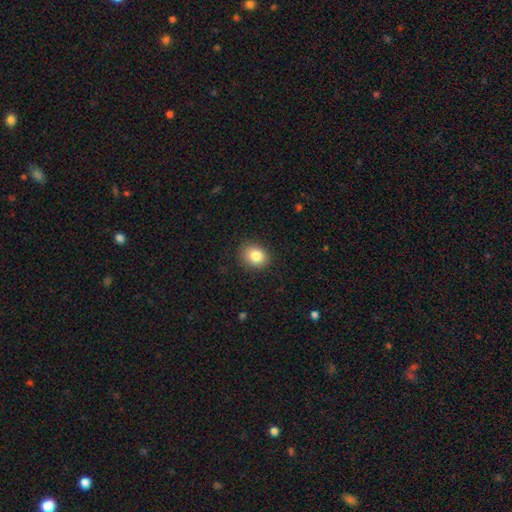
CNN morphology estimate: This appears to be a smooth galaxy with no disk features (84%) that is round (54%). Merging: none (88%).